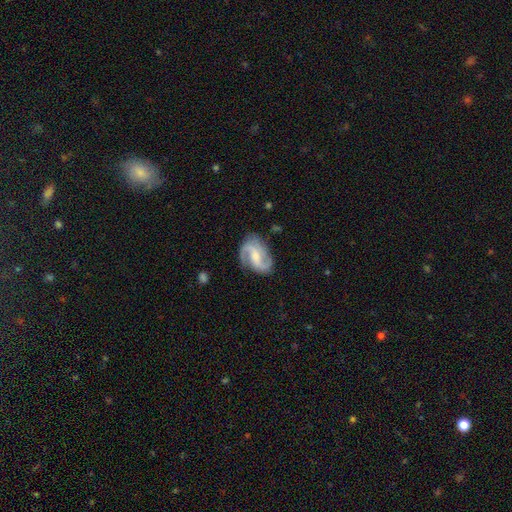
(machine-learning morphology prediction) This is clearly a featured or disk galaxy (85%). It is clearly not viewed edge-on (97%). Bar: possibly weak (50%). Spiral arm pattern: clearly yes (97%). Spiral arm count: clearly 2 (81%). Spiral winding: possibly medium (48%). Central bulge: marginally moderate (44%). Merging: likely none (75%).